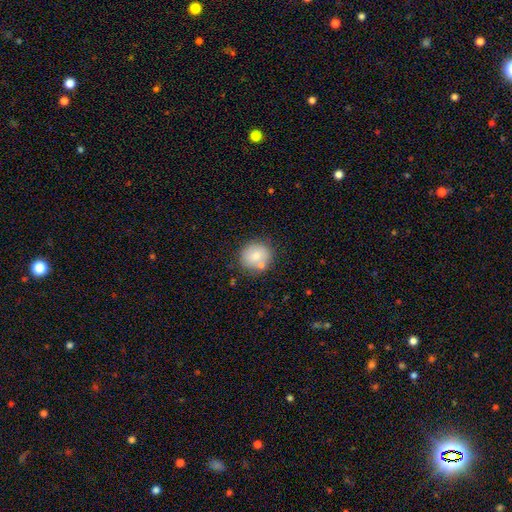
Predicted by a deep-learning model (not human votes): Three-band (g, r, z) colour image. It shows a smooth galaxy with no disk features (77%) that is round (85%). Merging: none (69%).